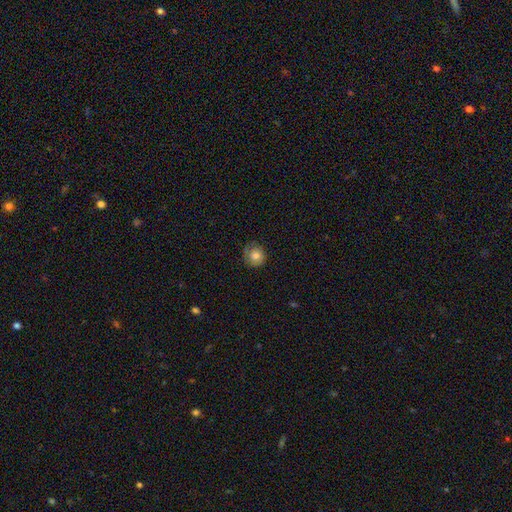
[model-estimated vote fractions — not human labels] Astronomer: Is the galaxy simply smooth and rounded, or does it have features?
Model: smooth — 78%.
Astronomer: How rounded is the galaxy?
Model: round — 90%.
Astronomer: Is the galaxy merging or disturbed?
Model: none — 77%.